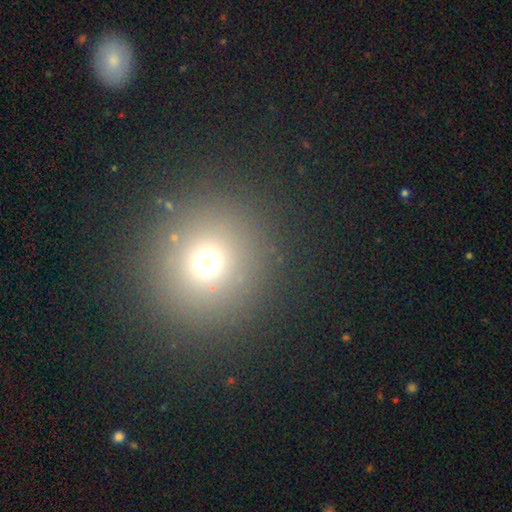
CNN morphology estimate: Smooth or featured? Predicted: smooth (p=0.69). How rounded? Predicted: round (p=0.92). Merging? Predicted: none (p=0.90).